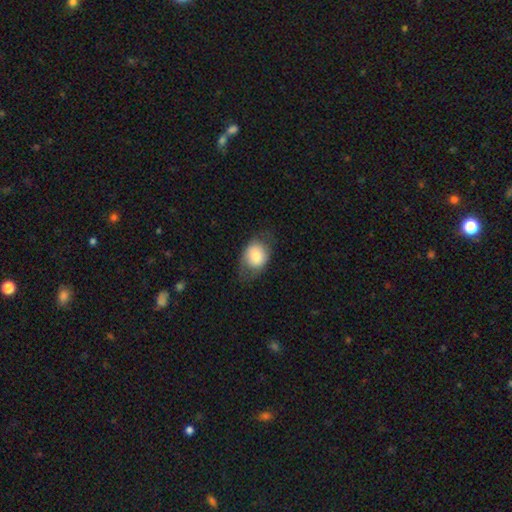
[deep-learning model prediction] The model was most divided on "how rounded": in between: 57%, round: 42%, cigar-shaped: 1%. More confident: smooth or featured — smooth (74%); merging — none (65%).